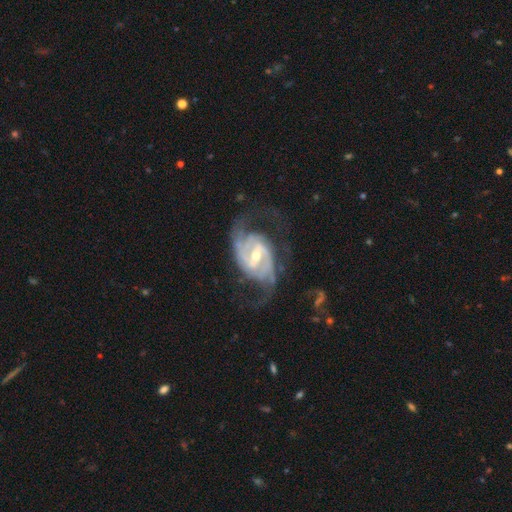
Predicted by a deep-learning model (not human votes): A featured or disk galaxy (92%) with a weak bar (48%), 2 (79%) medium (51%) spiral arms (98%) and a moderate central bulge (49%). Merging: none (66%).